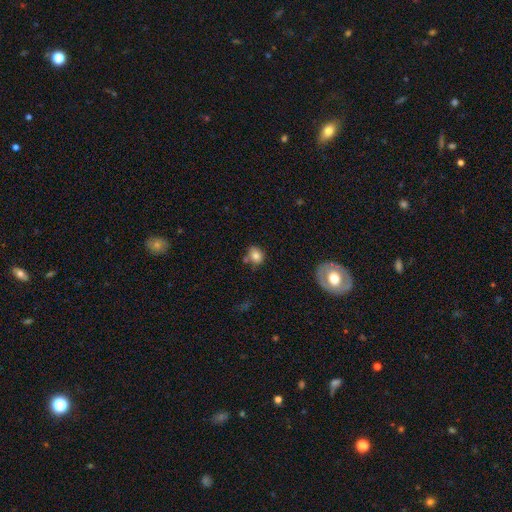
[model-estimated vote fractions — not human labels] Smooth or featured?
  - smooth: 80% *
  - featured or disk: 11%
  - star or artifact: 10%
How rounded?
  - round: 60% *
  - in between: 39%
  - cigar-shaped: 1%
Merging?
  - none: 61% *
  - minor disturbance: 21%
  - merger: 13%
  - major disturbance: 6%